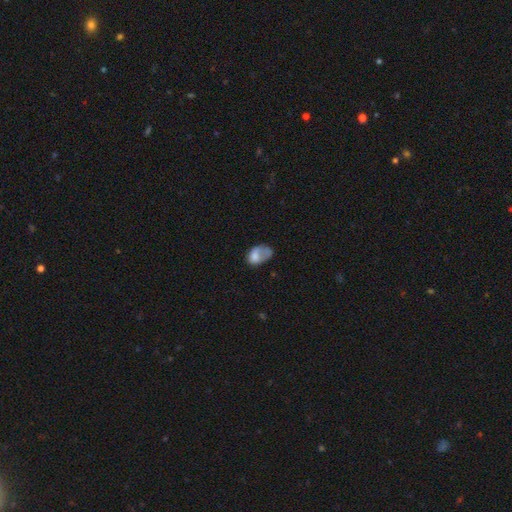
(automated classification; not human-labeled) smooth 66%, featured or disk 25%, star or artifact 9%. Down the decision tree: how rounded — in between (83%); merging — major disturbance (37%).